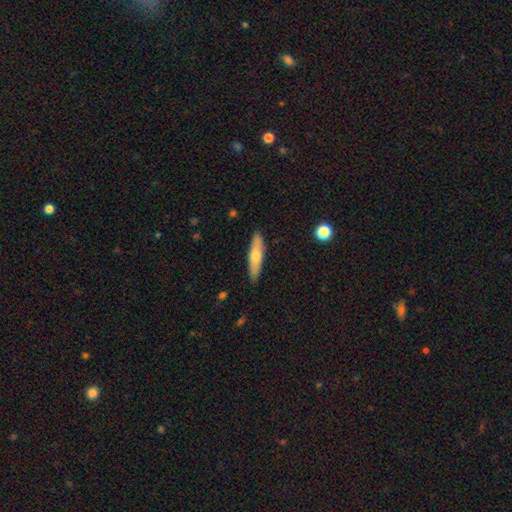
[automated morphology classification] A smooth galaxy with no disk features (59%) that is cigar-shaped (78%). Merging: none (89%).